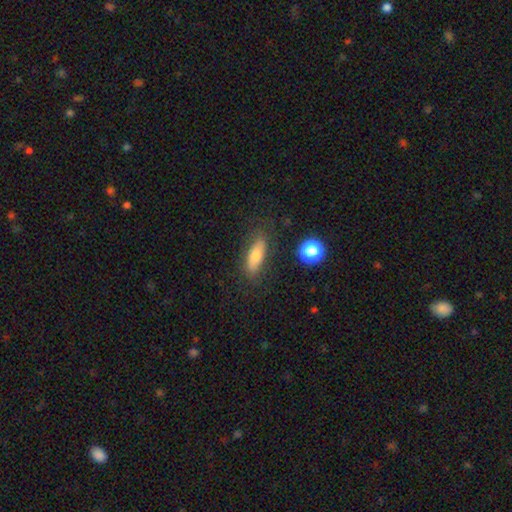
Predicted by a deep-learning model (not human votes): Smooth or featured? Predicted: smooth (p=0.68). How rounded? Predicted: in between (p=0.57). Merging? Predicted: none (p=0.79).